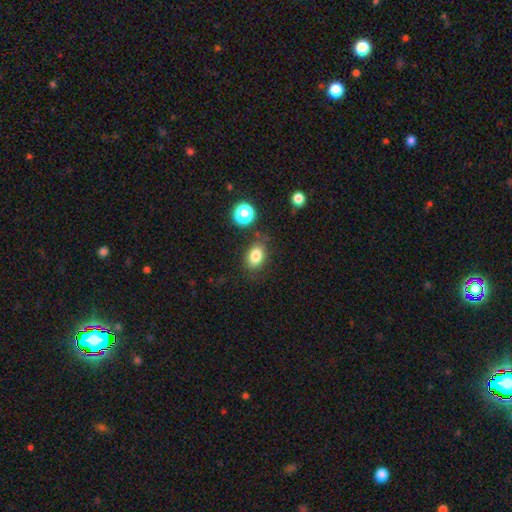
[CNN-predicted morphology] Q: Smooth or featured?
A: smooth (82%); runner-up: star or artifact (11%)
Q: How rounded?
A: in between (72%); runner-up: round (26%)
Q: Merging?
A: none (76%); runner-up: minor disturbance (15%)